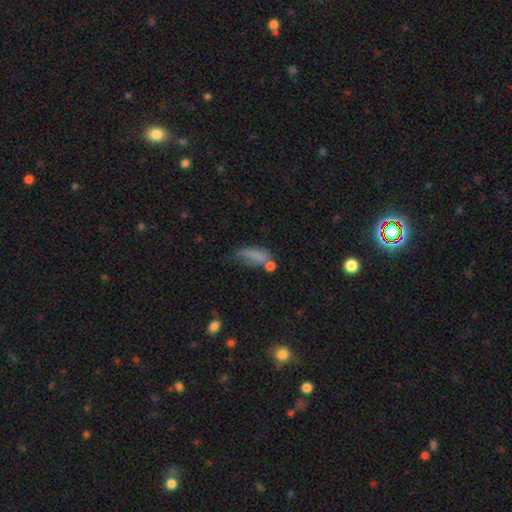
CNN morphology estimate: smooth_or_featured: smooth (p=0.67) [alt: featured or disk p=0.20]
how_rounded: in between (p=0.67) [alt: cigar-shaped p=0.28]
merging: none (p=0.28) [tied with: major disturbance p=0.28]